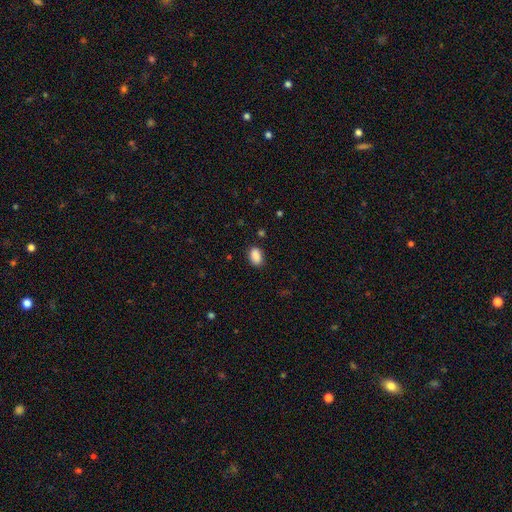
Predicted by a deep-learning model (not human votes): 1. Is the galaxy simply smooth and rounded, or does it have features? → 89% smooth, 8% star or artifact, 3% featured or disk.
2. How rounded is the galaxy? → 86% in between, 12% round, 2% cigar-shaped.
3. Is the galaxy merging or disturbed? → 85% none, 11% minor disturbance, 3% major disturbance, 1% merger.